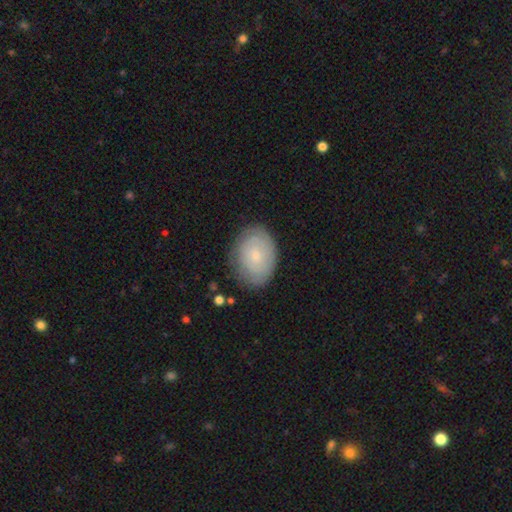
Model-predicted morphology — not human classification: smooth 54%, featured or disk 38%, star or artifact 7%. Down the decision tree: how rounded — in between (78%); merging — none (79%).